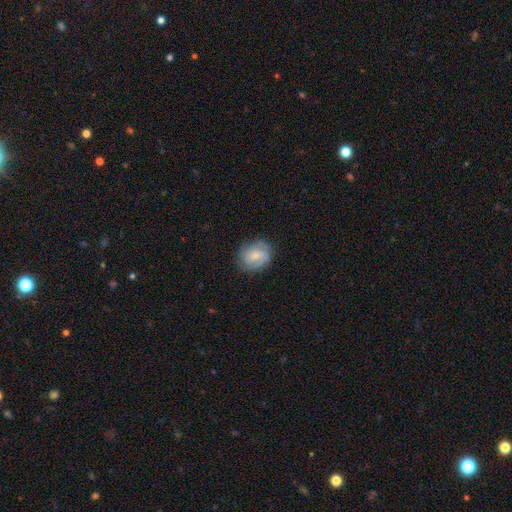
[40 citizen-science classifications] A featured or disk galaxy (50%) with no bar (47%), 2 (37%, tied with 3) tight (58%) spiral arms (100%) and a small central bulge (58%). Merging: none (86%).